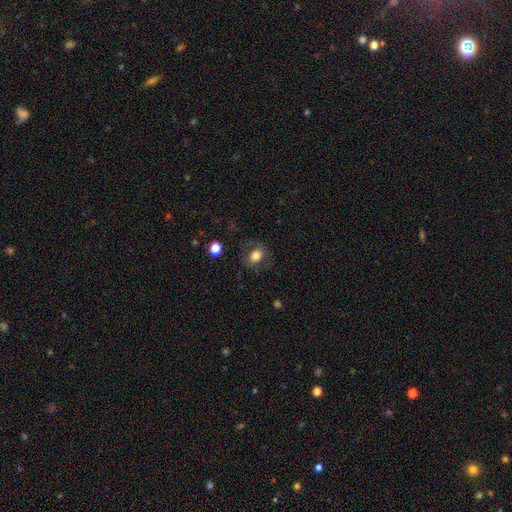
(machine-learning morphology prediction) The model was most divided on "how rounded": in between: 55%, round: 44%, cigar-shaped: 1%. More confident: merging — none (75%); smooth or featured — smooth (74%).